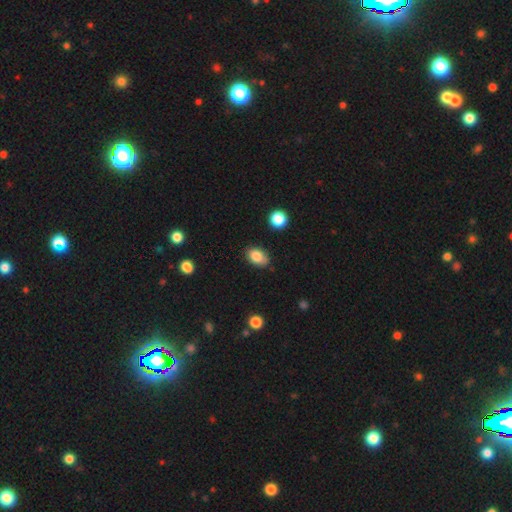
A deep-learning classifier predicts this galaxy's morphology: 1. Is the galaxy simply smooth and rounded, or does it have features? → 84% smooth, 9% star or artifact, 7% featured or disk.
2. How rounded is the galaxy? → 82% in between, 17% round, 1% cigar-shaped.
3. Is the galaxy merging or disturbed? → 78% none, 17% minor disturbance, 3% major disturbance, 2% merger.